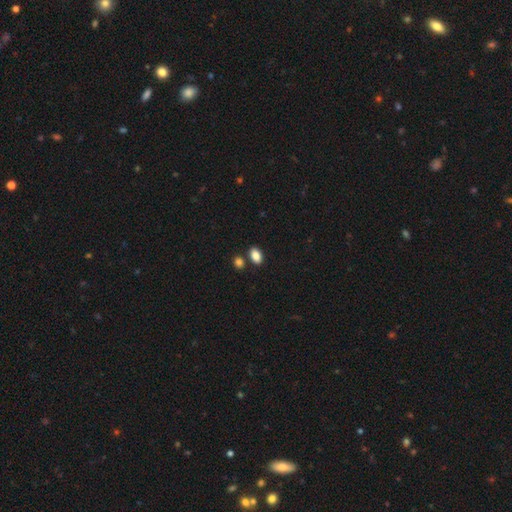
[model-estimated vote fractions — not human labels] Smooth or featured? Predicted: smooth (p=0.87). How rounded? Predicted: in between (p=0.87). Merging? Predicted: none (p=0.75).